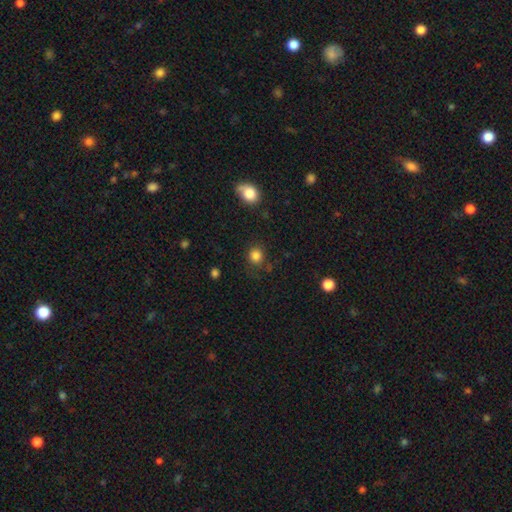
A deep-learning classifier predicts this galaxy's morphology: Smooth or featured: smooth — 84% (star or artifact — 12%)
How rounded: round — 86% (in between — 13%)
Merging: none — 81% (minor disturbance — 12%)